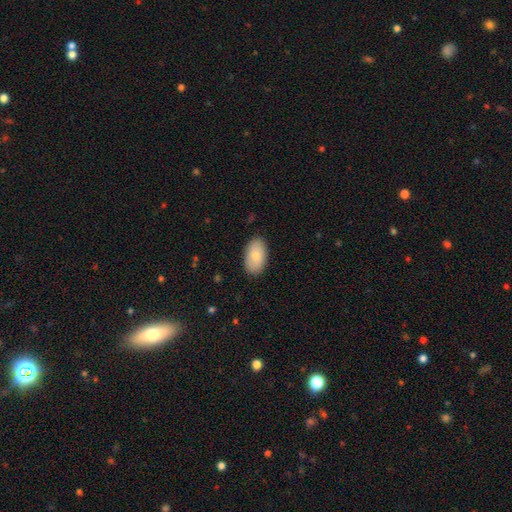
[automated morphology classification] Smooth or featured? smooth (78%)
How rounded? in between (94%)
Merging? none (87%)